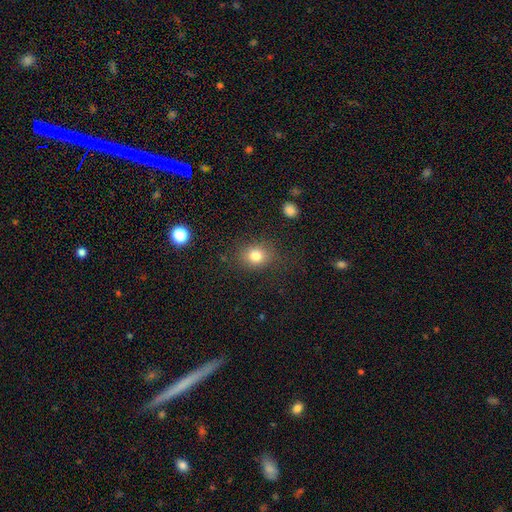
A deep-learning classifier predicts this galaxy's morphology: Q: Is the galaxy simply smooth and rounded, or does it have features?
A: smooth — 80%.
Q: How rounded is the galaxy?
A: round — 64%.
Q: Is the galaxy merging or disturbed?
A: none — 81%.